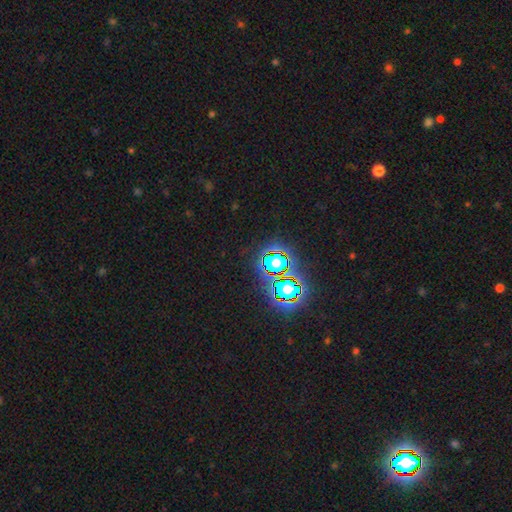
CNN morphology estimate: Smooth or featured? star or artifact (79%)